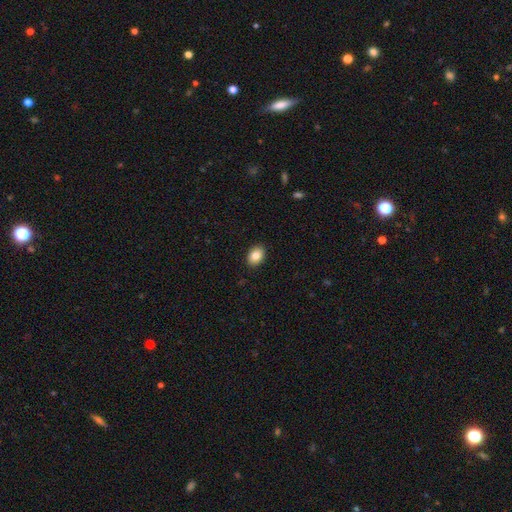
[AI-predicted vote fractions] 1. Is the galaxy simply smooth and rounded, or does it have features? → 84% smooth, 8% star or artifact, 7% featured or disk.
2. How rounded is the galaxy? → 71% in between, 28% round, 1% cigar-shaped.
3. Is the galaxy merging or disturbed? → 90% none, 7% minor disturbance, 2% major disturbance, 1% merger.